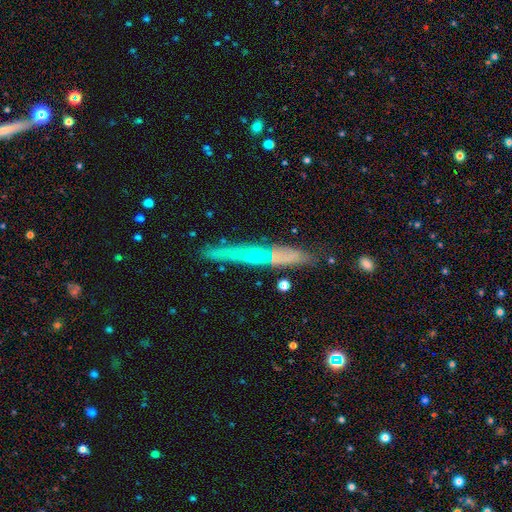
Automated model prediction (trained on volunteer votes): Smooth or featured? Predicted: featured or disk (p=0.59). Edge-on disk? Predicted: yes (p=0.89). Edge-on bulge? Predicted: rounded (p=0.54). Merging? Predicted: none (p=0.75).